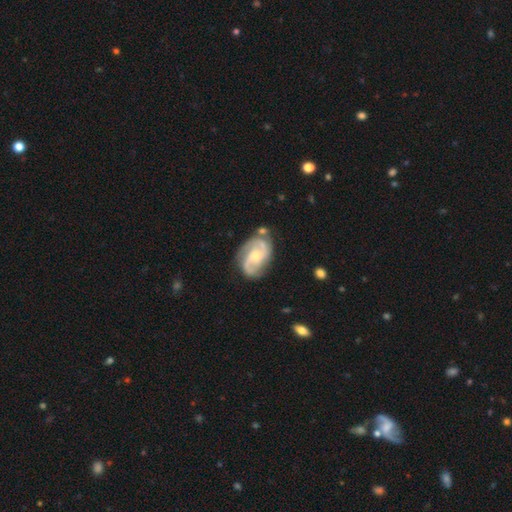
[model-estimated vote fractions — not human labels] Smooth or featured? Predicted: featured or disk (p=0.84). Edge-on disk? Predicted: no (p=0.97). Bar? Predicted: no (p=0.57). Spiral arms? Predicted: yes (p=0.96). Spiral winding? Predicted: medium (p=0.51). Spiral arm count? Predicted: 2 (p=0.71). Bulge size? Predicted: small (p=0.56). Merging? Predicted: none (p=0.63).